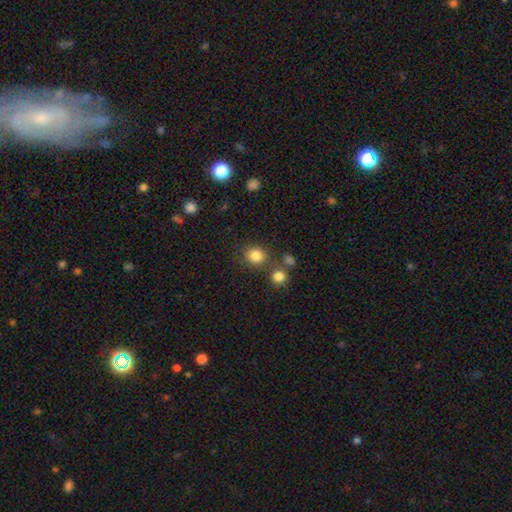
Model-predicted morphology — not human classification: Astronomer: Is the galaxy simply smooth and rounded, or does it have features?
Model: smooth — 83%.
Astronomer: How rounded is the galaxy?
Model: round — 80%.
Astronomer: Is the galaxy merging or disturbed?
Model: none — 74%.